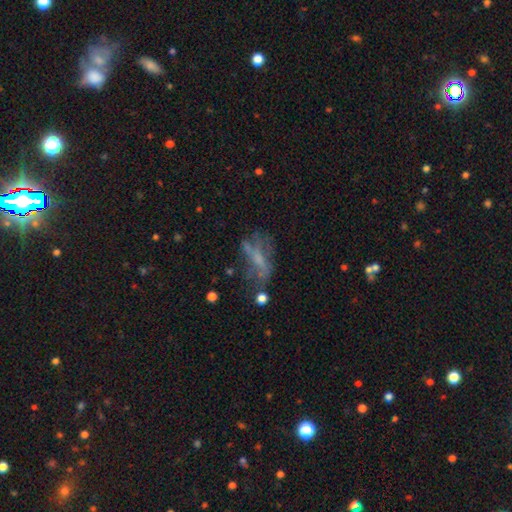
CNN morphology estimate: A featured or disk galaxy (49%).

Vote fractions:
- Smooth or featured? featured or disk: 49% / smooth: 30% / star or artifact: 21%
- Merging? none: 43% / major disturbance: 28% / minor disturbance: 20% / merger: 9%